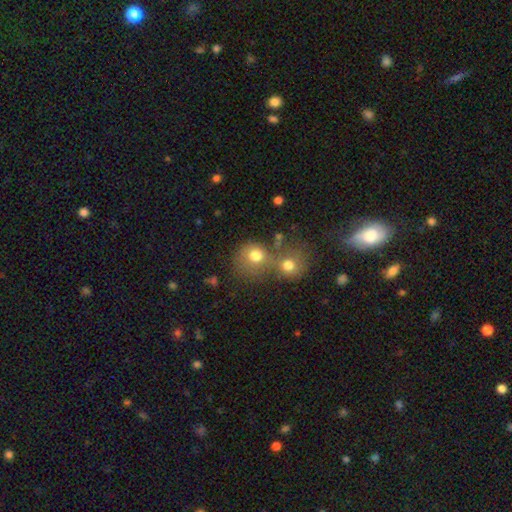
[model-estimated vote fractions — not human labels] The model was most divided on "merging": merger: 52%, none: 35%, minor disturbance: 8%, major disturbance: 5%. More confident: how rounded — round (82%); smooth or featured — smooth (75%).